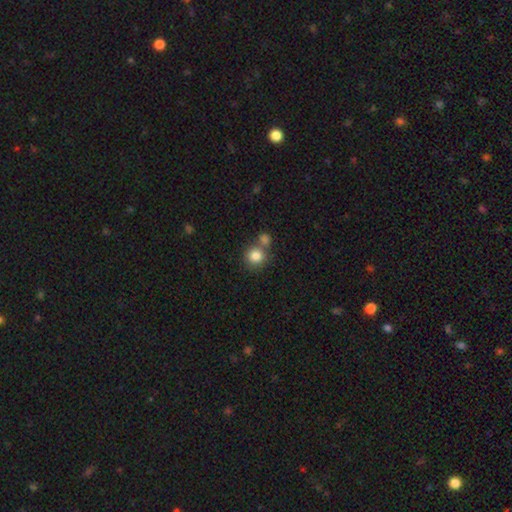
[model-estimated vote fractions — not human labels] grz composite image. It shows a smooth galaxy with no disk features (83%) that is round (89%). Merging: none (60%).